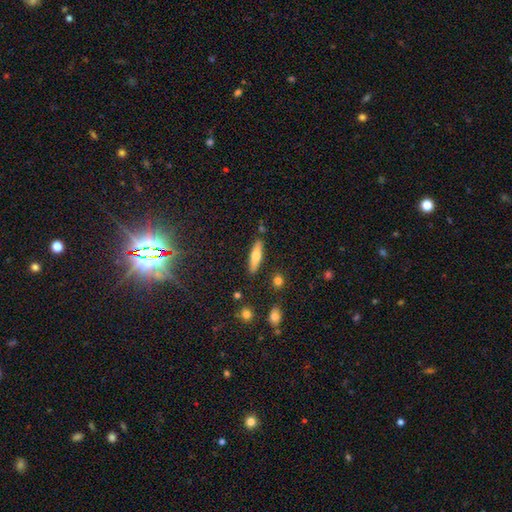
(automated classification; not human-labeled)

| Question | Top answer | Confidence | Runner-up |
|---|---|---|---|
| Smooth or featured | smooth | 62% | featured or disk (32%) |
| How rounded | cigar-shaped | 66% | in between (32%) |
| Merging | none | 85% | minor disturbance (10%) |